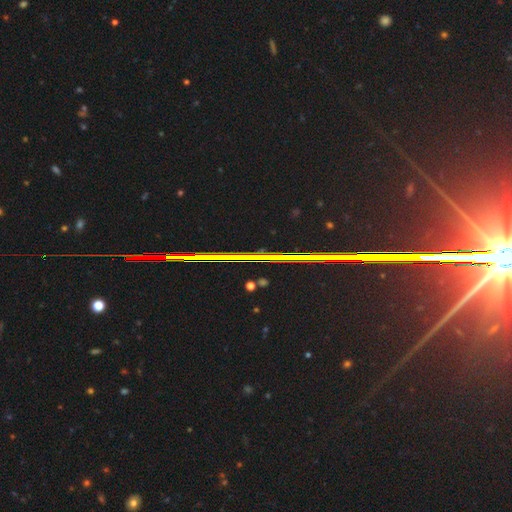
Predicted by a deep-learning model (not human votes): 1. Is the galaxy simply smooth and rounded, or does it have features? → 85% star or artifact, 9% featured or disk, 6% smooth.